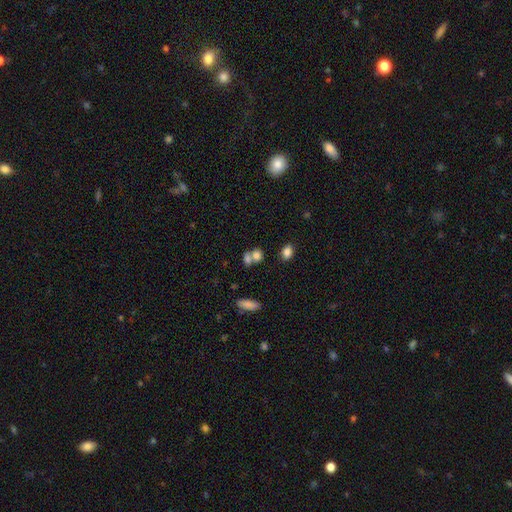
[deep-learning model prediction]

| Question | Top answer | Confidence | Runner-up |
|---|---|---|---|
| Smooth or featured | smooth | 77% | star or artifact (12%) |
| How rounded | round | 53% | in between (45%) |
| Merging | merger | 49% | none (38%) |